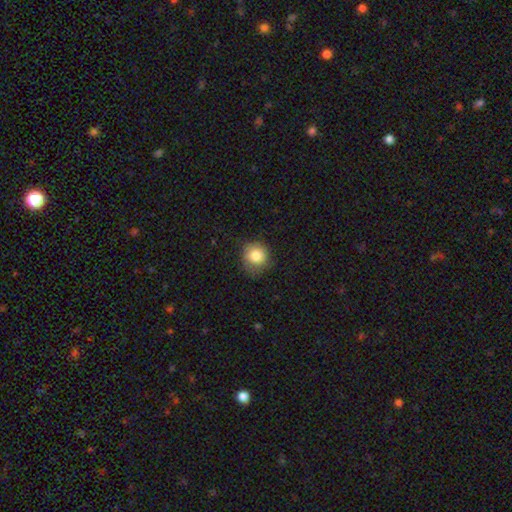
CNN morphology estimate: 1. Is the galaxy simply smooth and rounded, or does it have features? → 83% smooth, 10% star or artifact, 7% featured or disk.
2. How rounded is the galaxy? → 89% round, 10% in between, 1% cigar-shaped.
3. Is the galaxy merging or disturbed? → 75% none, 19% minor disturbance, 5% major disturbance, 1% merger.